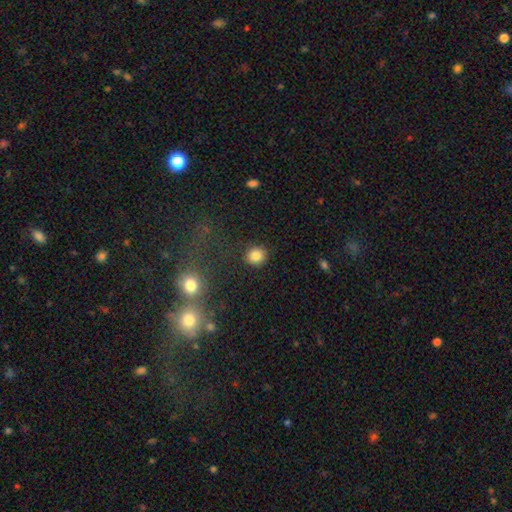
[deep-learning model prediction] smooth 84%, star or artifact 11%, featured or disk 6%. Down the decision tree: how rounded — round (79%); merging — none (89%).